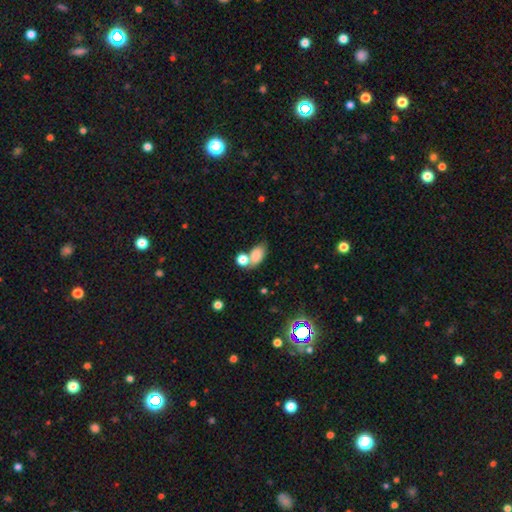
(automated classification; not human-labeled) smooth-or-featured: smooth: 78% | featured or disk: 12% | star or artifact: 11%
  how-rounded: in between: 86% | round: 12% | cigar-shaped: 3%
  merging: none: 40% | merger: 38% | minor disturbance: 15% | major disturbance: 7%